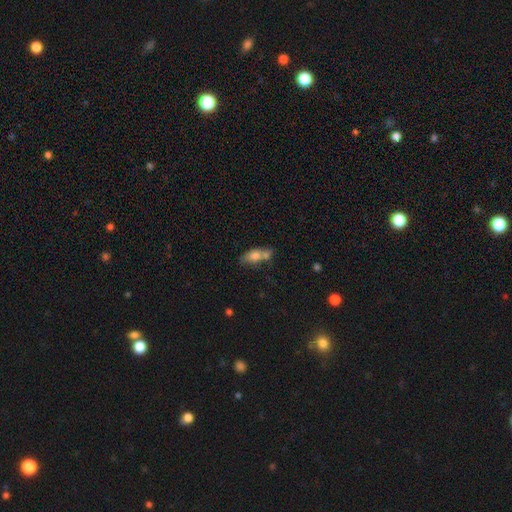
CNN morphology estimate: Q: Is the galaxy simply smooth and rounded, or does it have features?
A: smooth — 69%.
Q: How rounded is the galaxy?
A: in between — 74%.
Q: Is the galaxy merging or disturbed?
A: merger — 47%.